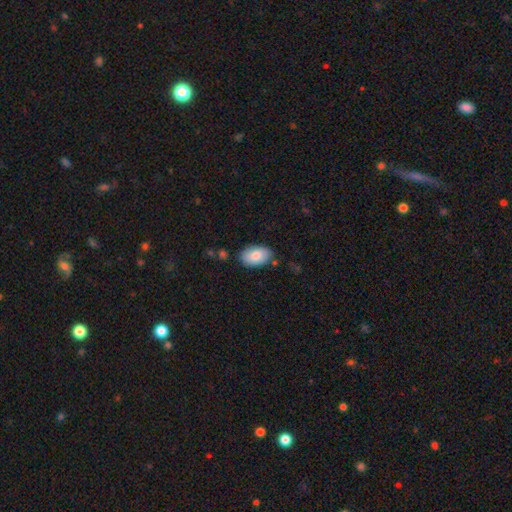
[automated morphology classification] Smooth or featured? smooth (84%)
How rounded? in between (93%)
Merging? none (82%)